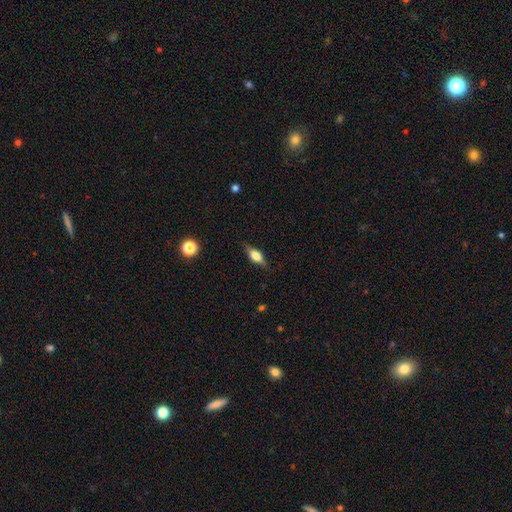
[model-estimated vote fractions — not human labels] smooth-or-featured: featured or disk: 46% (tied) | smooth: 46% (tied) | star or artifact: 8%
  merging: none: 82% | minor disturbance: 13% | major disturbance: 3% | merger: 1%